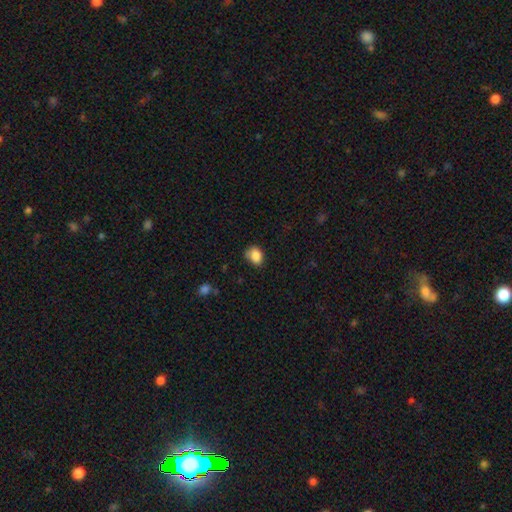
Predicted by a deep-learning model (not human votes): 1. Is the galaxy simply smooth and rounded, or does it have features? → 85% smooth, 9% star or artifact, 6% featured or disk.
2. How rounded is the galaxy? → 59% in between, 40% round, 1% cigar-shaped.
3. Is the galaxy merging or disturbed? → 63% none, 29% minor disturbance, 6% major disturbance, 2% merger.